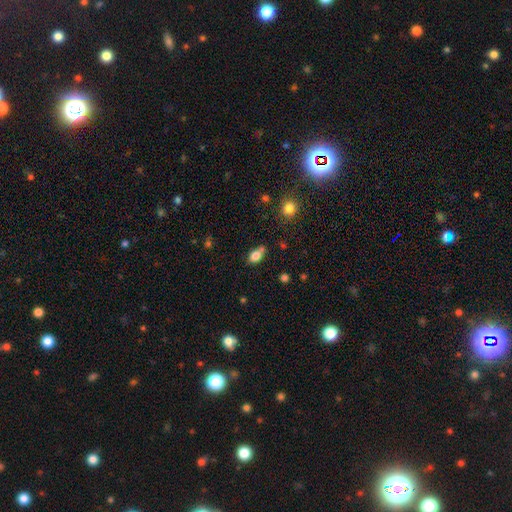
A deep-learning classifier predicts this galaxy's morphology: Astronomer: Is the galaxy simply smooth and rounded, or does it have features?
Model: smooth — 81%.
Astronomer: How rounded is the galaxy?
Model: in between — 85%.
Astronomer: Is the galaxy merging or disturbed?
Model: none — 62%.